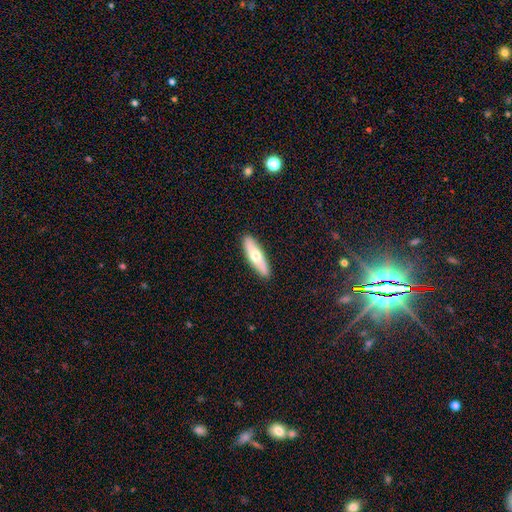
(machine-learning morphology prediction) Smooth or featured? Predicted: smooth (p=0.57). How rounded? Predicted: cigar-shaped (p=0.63). Merging? Predicted: none (p=0.90).